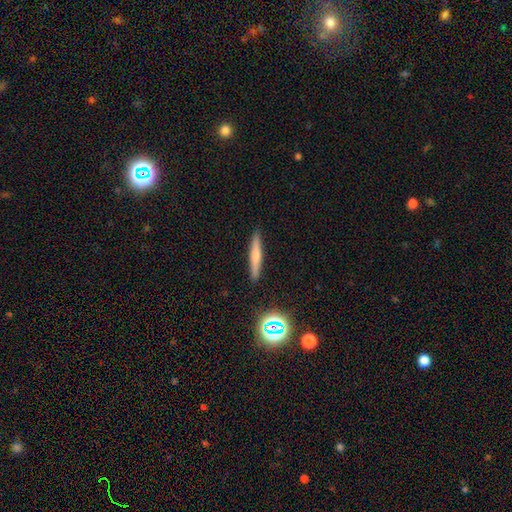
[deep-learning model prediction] smooth 56%, featured or disk 34%, star or artifact 10%. Down the decision tree: how rounded — cigar-shaped (93%); merging — none (90%).